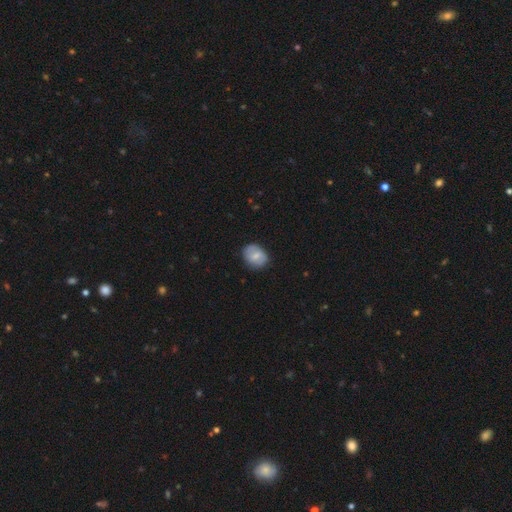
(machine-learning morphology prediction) Q: Smooth or featured?
A: smooth (67%); runner-up: featured or disk (26%)
Q: How rounded?
A: round (56%); runner-up: in between (43%)
Q: Merging?
A: none (79%); runner-up: minor disturbance (16%)